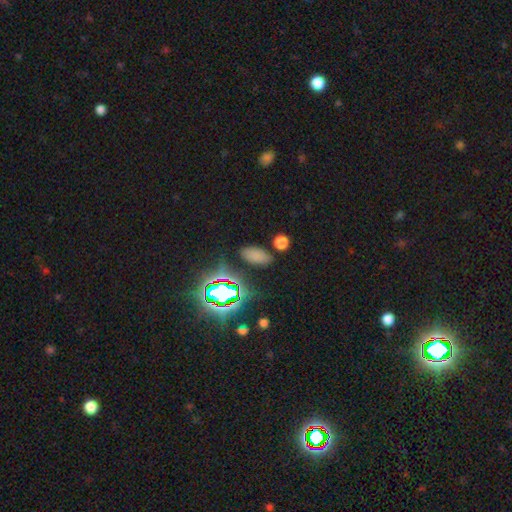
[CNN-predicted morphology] The model was most divided on "smooth or featured": smooth: 69%, star or artifact: 23%, featured or disk: 8%. More confident: how rounded — in between (89%); merging — none (82%).